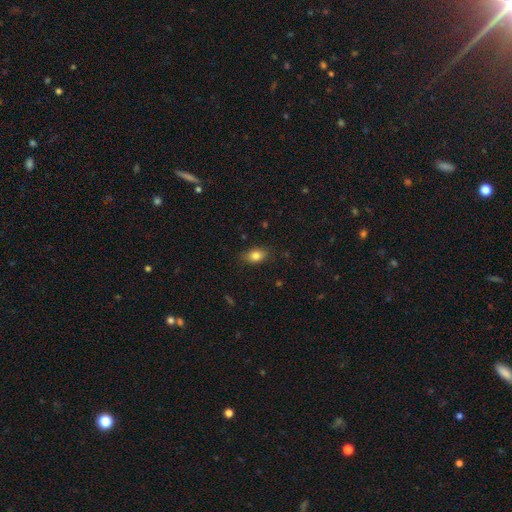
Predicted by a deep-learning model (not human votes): Morphology: type=smooth (82%); roundness=in between (81%); merging=none (82%).